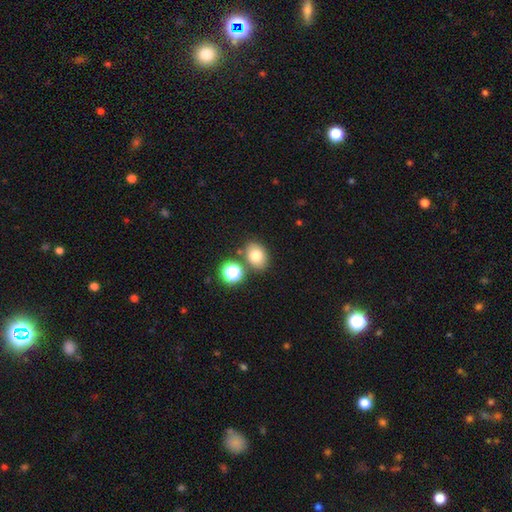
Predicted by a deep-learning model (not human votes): Overall: smooth (76%). How rounded: in between (60%; round 39%). Merging: none (74%).